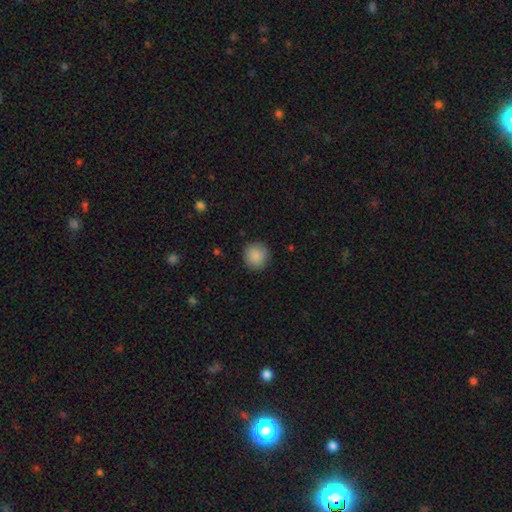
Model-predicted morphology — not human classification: Smooth or featured?
  - smooth: 89% *
  - star or artifact: 8%
  - featured or disk: 3%
How rounded?
  - round: 93% *
  - in between: 6%
  - cigar-shaped: 1%
Merging?
  - none: 90% *
  - minor disturbance: 7%
  - major disturbance: 2%
  - merger: 1%